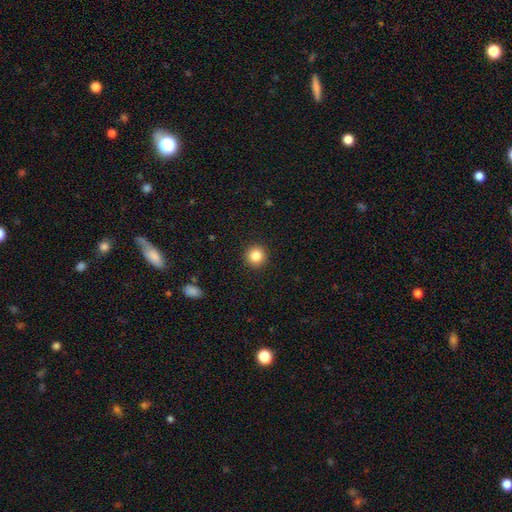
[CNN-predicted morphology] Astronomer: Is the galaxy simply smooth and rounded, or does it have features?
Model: smooth — 85%.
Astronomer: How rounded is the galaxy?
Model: round — 95%.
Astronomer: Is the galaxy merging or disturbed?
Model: none — 92%.